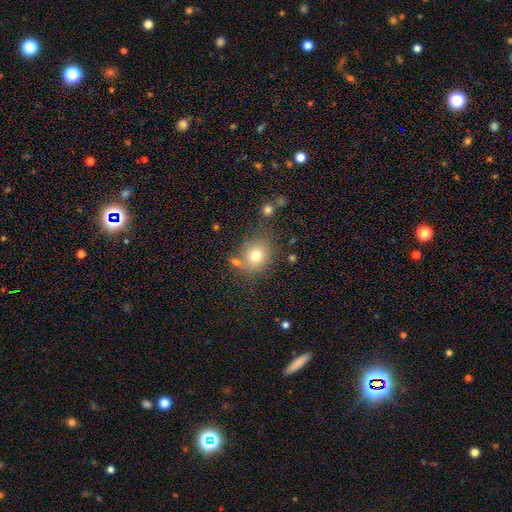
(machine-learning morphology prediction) smooth 75%, star or artifact 13%, featured or disk 12%. Down the decision tree: how rounded — round (78%); merging — none (70%).